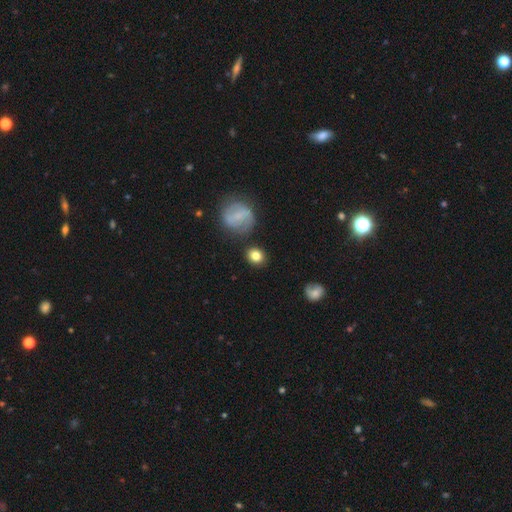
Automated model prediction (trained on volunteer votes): A smooth galaxy with no disk features (79%) that is round (77%). Merging: none (82%).